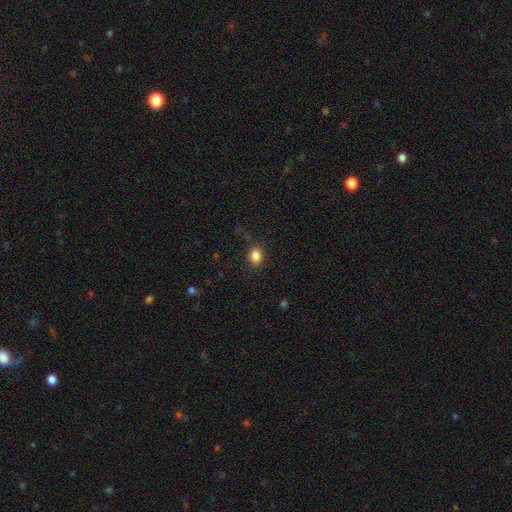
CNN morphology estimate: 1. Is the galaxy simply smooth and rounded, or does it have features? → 85% smooth, 11% star or artifact, 4% featured or disk.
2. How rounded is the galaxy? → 55% in between, 43% round, 1% cigar-shaped.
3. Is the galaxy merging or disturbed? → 83% none, 12% minor disturbance, 4% major disturbance, 2% merger.